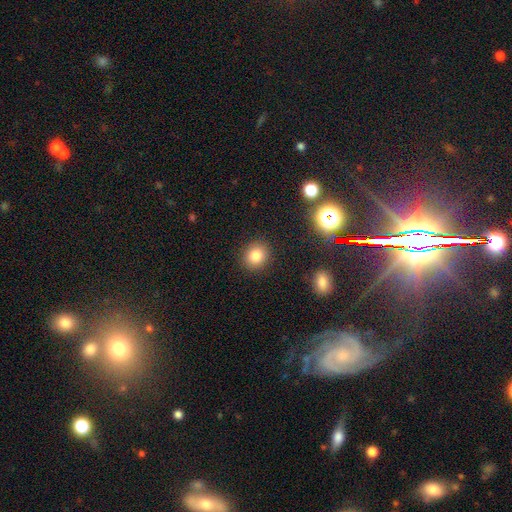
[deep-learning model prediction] Smooth or featured? Predicted: smooth (p=0.82). How rounded? Predicted: round (p=0.79). Merging? Predicted: none (p=0.89).